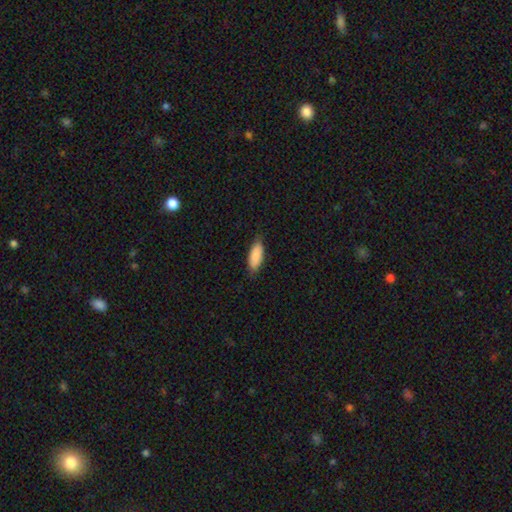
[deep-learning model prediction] Smooth or featured: smooth — 88% (featured or disk — 6%)
How rounded: in between — 75% (cigar-shaped — 23%)
Merging: none — 81% (minor disturbance — 15%)